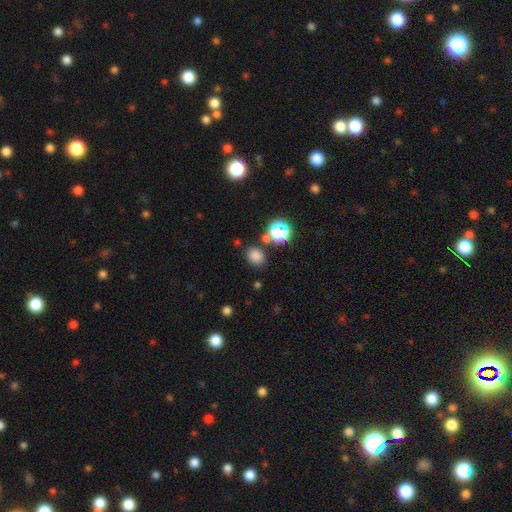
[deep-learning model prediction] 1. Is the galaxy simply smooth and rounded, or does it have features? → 77% smooth, 19% star or artifact, 5% featured or disk.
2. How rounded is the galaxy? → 65% round, 34% in between, 1% cigar-shaped.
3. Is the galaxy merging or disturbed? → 80% none, 9% minor disturbance, 8% merger, 3% major disturbance.